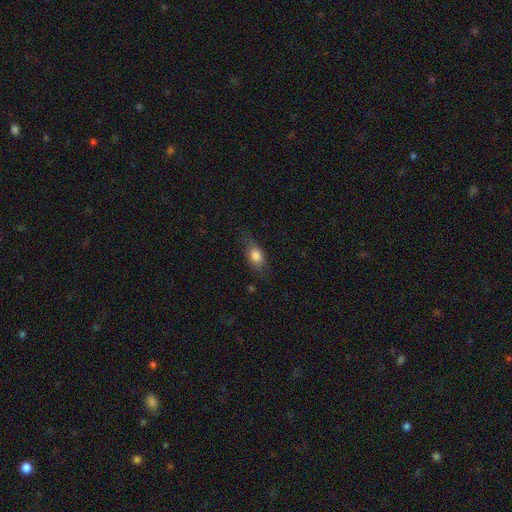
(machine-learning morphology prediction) smooth_or_featured: smooth (p=0.77) [alt: featured or disk p=0.15]
how_rounded: in between (p=0.77) [alt: round p=0.13]
merging: none (p=0.69) [alt: minor disturbance p=0.23]